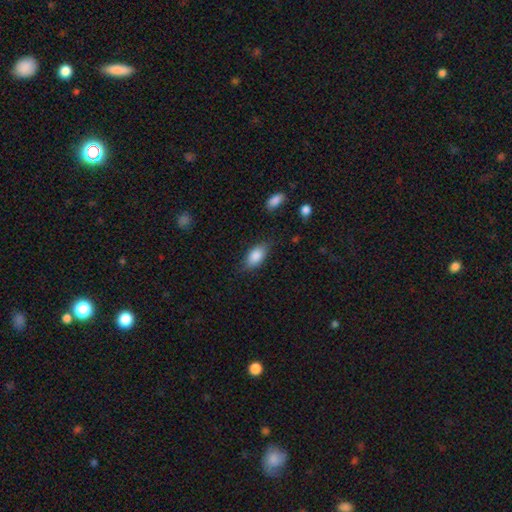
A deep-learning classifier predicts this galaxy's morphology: smooth 86%, featured or disk 7%, star or artifact 7%. Down the decision tree: how rounded — in between (90%); merging — none (76%).